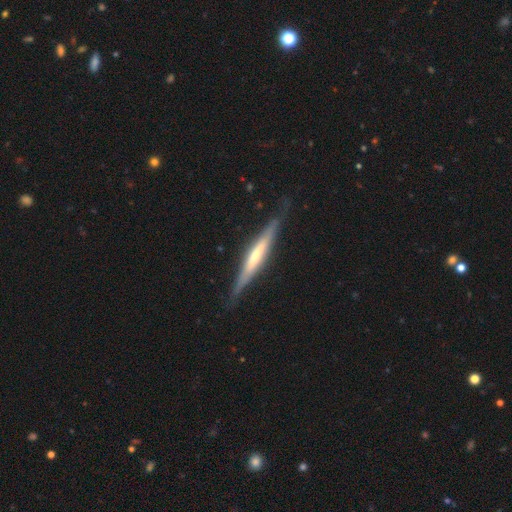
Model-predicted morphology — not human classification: A featured or disk galaxy (64%) viewed edge-on (94%) with no central bulge (43%). Merging: none (81%).